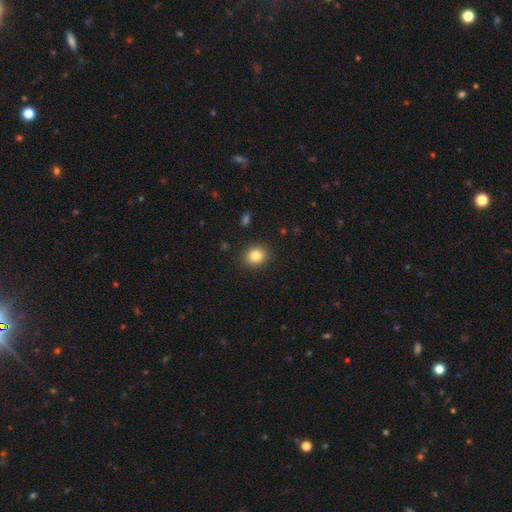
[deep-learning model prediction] Smooth or featured? smooth (84%)
How rounded? round (70%)
Merging? none (89%)